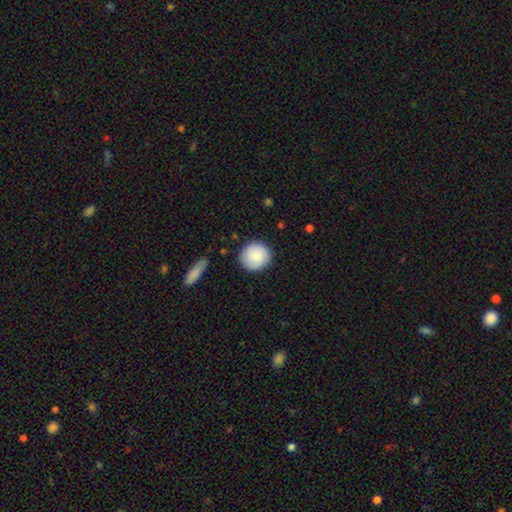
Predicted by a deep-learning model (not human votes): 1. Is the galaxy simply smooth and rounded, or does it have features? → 86% smooth, 8% featured or disk, 6% star or artifact.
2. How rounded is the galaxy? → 93% round, 6% in between, 1% cigar-shaped.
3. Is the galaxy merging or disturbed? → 88% none, 9% minor disturbance, 2% major disturbance, 1% merger.